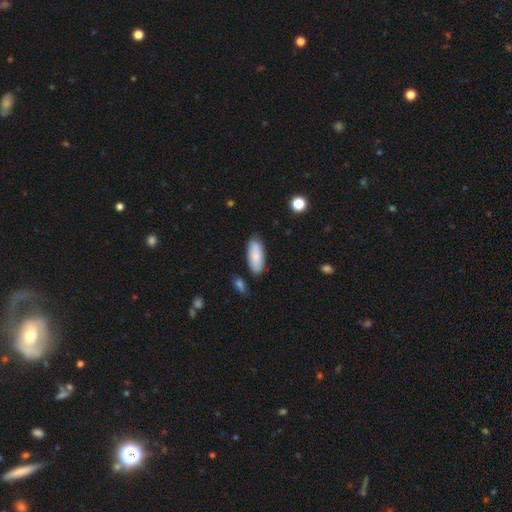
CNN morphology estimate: smooth 85%, featured or disk 9%, star or artifact 6%. Down the decision tree: how rounded — in between (83%); merging — none (82%).